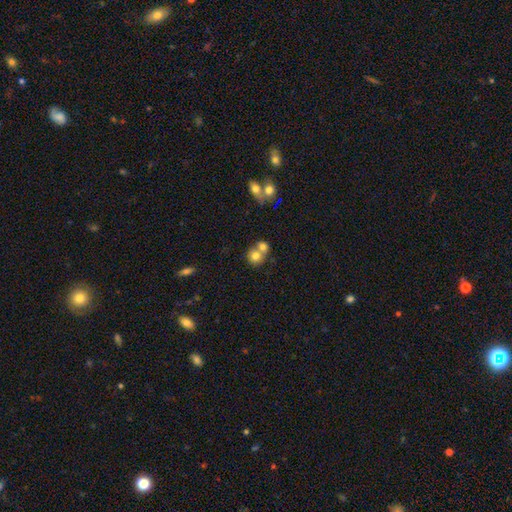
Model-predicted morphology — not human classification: Q: Smooth or featured?
A: smooth (74%); runner-up: featured or disk (16%)
Q: How rounded?
A: round (78%); runner-up: in between (21%)
Q: Merging?
A: merger (55%); runner-up: none (35%)